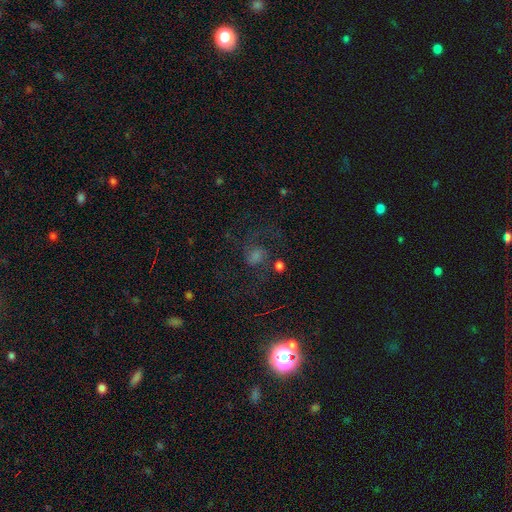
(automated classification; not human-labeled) A featured or disk galaxy (41%). Merging: none (59%).